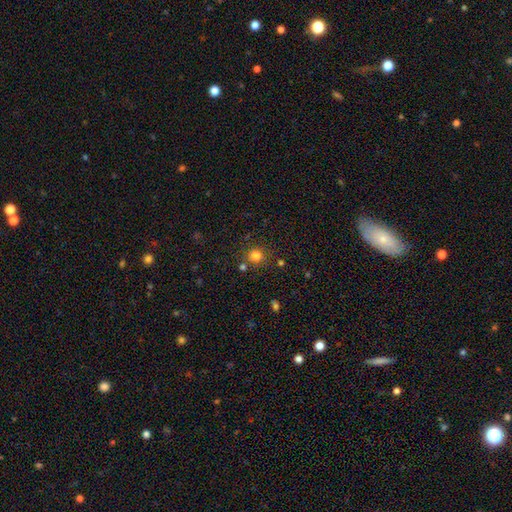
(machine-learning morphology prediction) type=smooth (80%); roundness=round (89%); merging=none (79%).